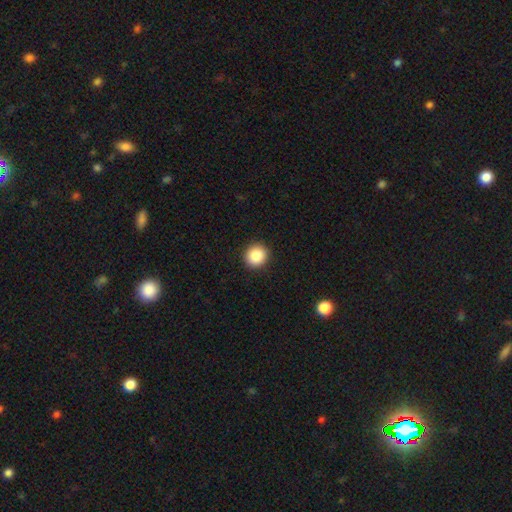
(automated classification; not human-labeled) Smooth or featured: smooth — 87% (star or artifact — 9%)
How rounded: round — 90% (in between — 9%)
Merging: none — 92% (minor disturbance — 5%)